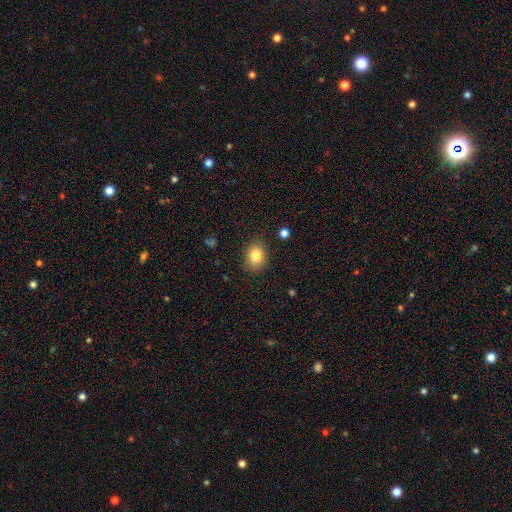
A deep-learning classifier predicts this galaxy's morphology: Smooth or featured?
  - smooth: 82% *
  - star or artifact: 10%
  - featured or disk: 8%
How rounded?
  - in between: 56% *
  - round: 44%
  - cigar-shaped: 1%
Merging?
  - none: 87% *
  - minor disturbance: 10%
  - major disturbance: 3%
  - merger: 1%